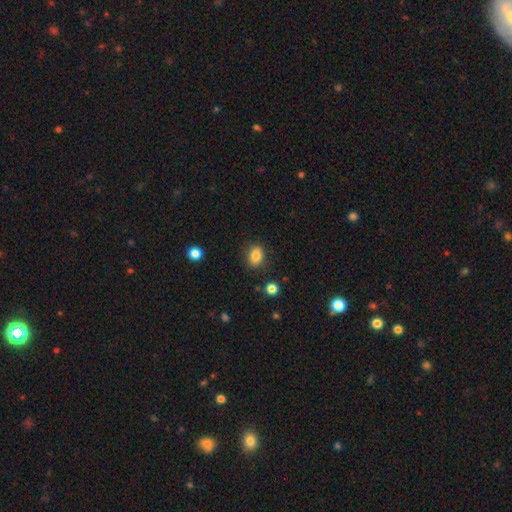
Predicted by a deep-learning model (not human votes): A smooth galaxy with no disk features (85%) that is in between round and cigar-shaped (64%).

Vote fractions:
- Smooth or featured? smooth: 85% / star or artifact: 10% / featured or disk: 6%
- How rounded? in between: 64% / round: 35% / cigar-shaped: 1%
- Merging? none: 84% / minor disturbance: 11% / major disturbance: 3% / merger: 2%